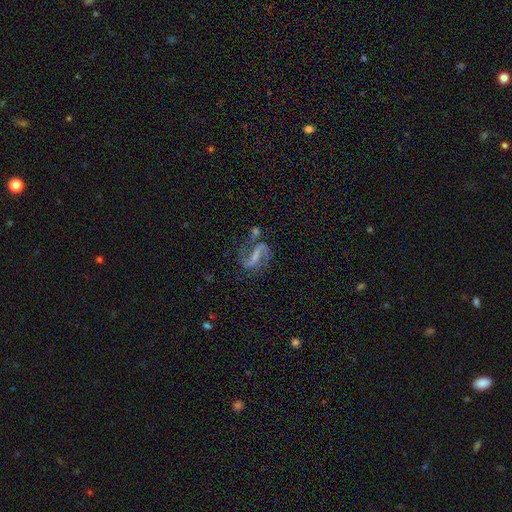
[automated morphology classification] This is clearly a featured or disk galaxy (81%). It is clearly not viewed edge-on (95%). Bar: possibly strong (59%). Spiral arm pattern: clearly yes (90%). Spiral arm count: clearly 2 (88%). Spiral winding: possibly loose (56%). Central bulge: marginally none (44%). Merging: possibly none (55%).